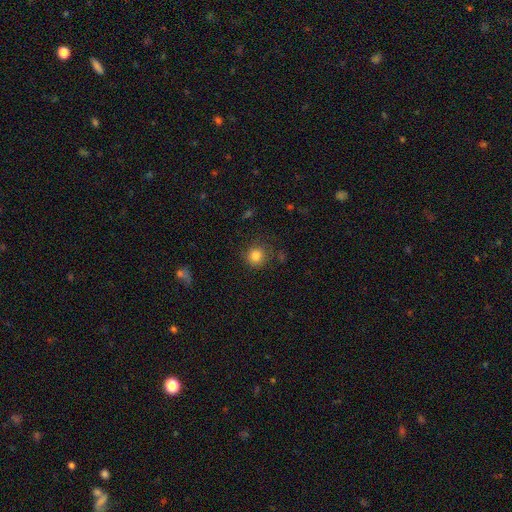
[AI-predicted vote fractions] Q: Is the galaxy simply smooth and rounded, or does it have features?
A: smooth — 83%.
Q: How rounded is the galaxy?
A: round — 92%.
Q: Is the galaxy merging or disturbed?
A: none — 83%.